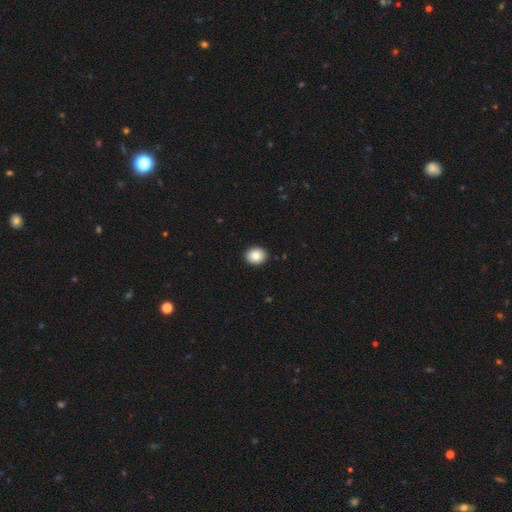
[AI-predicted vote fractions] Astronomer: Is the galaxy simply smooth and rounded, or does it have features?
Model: smooth — 85%.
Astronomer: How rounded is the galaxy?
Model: round — 67%.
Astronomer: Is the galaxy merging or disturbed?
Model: none — 92%.